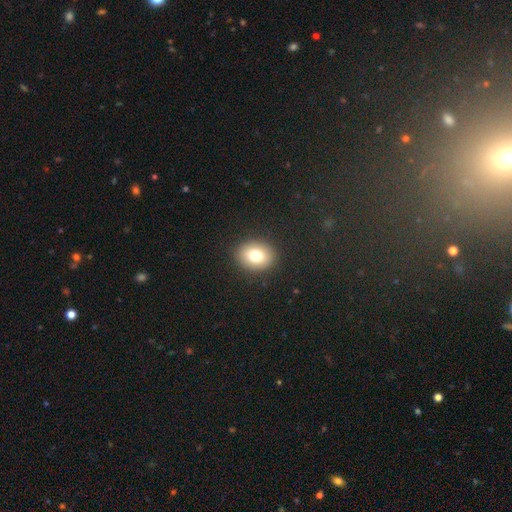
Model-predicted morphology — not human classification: A smooth galaxy with no disk features (77%) that is round (51%).

Vote fractions:
- Smooth or featured? smooth: 77% / featured or disk: 12% / star or artifact: 11%
- How rounded? round: 51% / in between: 49% / cigar-shaped: 1%
- Merging? none: 89% / minor disturbance: 7% / major disturbance: 3% / merger: 1%